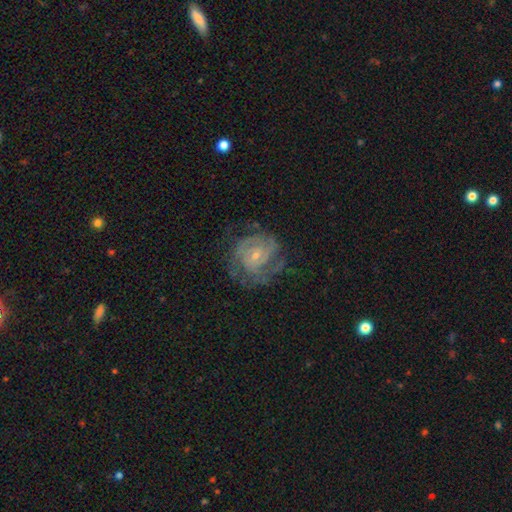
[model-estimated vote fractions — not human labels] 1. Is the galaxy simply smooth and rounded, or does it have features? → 83% featured or disk, 11% smooth, 6% star or artifact.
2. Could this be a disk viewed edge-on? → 98% no, 2% yes.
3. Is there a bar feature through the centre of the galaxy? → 62% no, 32% weak, 7% strong.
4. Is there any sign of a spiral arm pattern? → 93% yes, 7% no.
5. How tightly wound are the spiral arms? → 63% tight, 30% medium, 7% loose.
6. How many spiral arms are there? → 31% can't tell, 30% 2, 20% 3, 8% 4, 5% 1, 5% more than 4.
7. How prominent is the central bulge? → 71% small, 25% moderate, 2% none, 1% large, 1% dominant.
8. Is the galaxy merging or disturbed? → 64% none, 21% minor disturbance, 14% major disturbance, 1% merger.